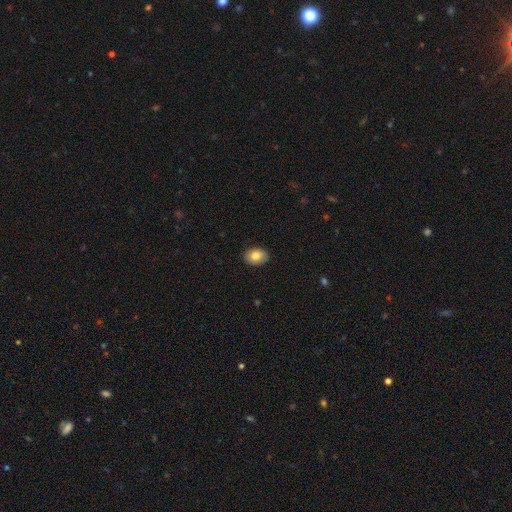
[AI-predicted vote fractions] Smooth or featured? smooth (84%)
How rounded? in between (73%)
Merging? none (90%)